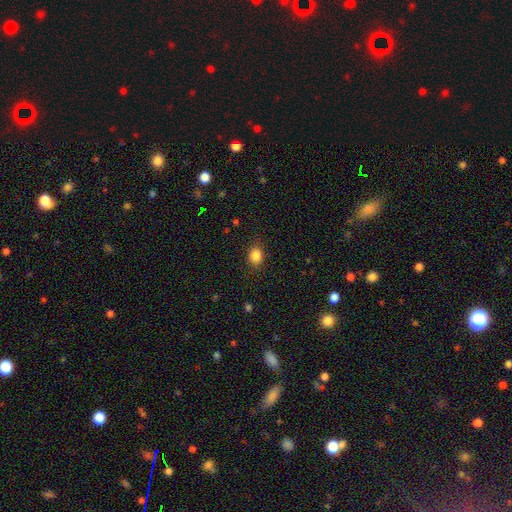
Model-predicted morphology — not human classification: smooth-or-featured: smooth: 85% | star or artifact: 10% | featured or disk: 4%
  how-rounded: round: 54% | in between: 45% | cigar-shaped: 1%
  merging: none: 86% | minor disturbance: 10% | major disturbance: 3% | merger: 1%